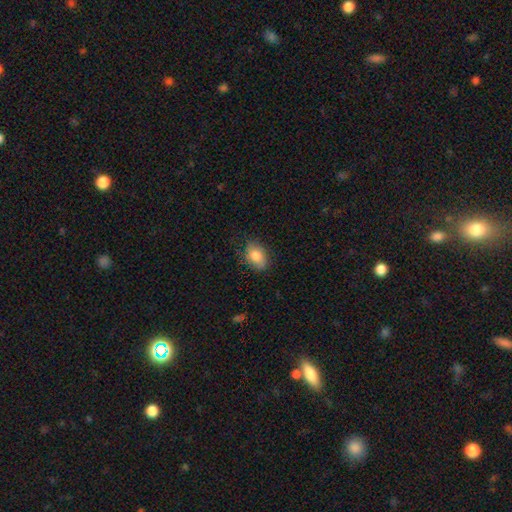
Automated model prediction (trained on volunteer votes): smooth-or-featured: smooth: 82% | featured or disk: 11% | star or artifact: 7%
  how-rounded: in between: 82% | round: 17% | cigar-shaped: 1%
  merging: none: 74% | minor disturbance: 20% | major disturbance: 5% | merger: 1%